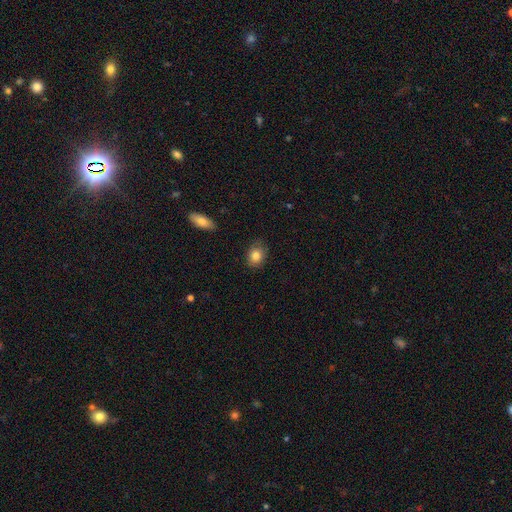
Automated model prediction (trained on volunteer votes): Smooth or featured: smooth — 82% (star or artifact — 9%)
How rounded: in between — 58% (round — 41%)
Merging: none — 77% (minor disturbance — 18%)